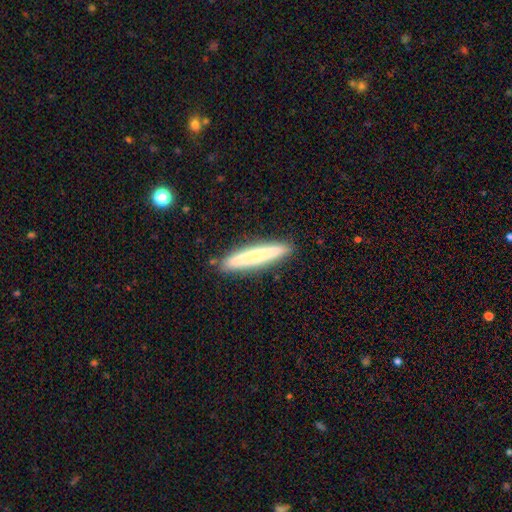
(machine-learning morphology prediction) Smooth or featured?
  - smooth: 57% *
  - featured or disk: 37%
  - star or artifact: 6%
How rounded?
  - cigar-shaped: 94% *
  - in between: 5%
  - round: 1%
Merging?
  - none: 89% *
  - minor disturbance: 8%
  - major disturbance: 2%
  - merger: 2%